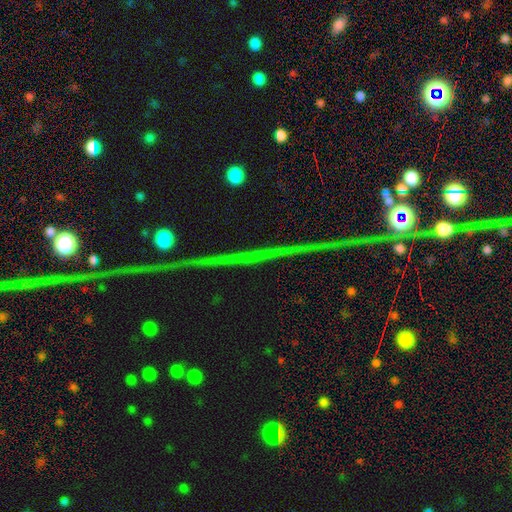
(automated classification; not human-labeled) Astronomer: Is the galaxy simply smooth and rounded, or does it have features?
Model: star or artifact — 79%.